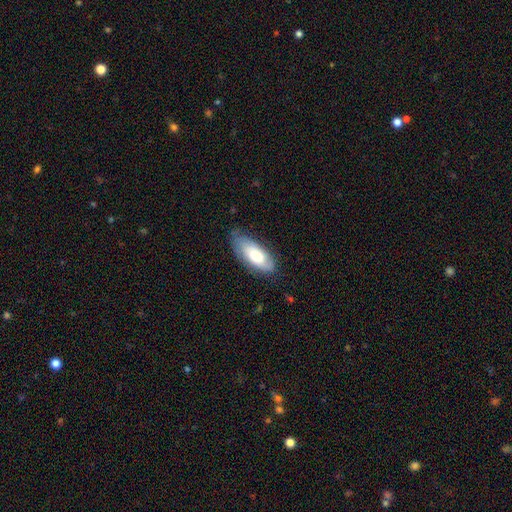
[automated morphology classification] The model was most divided on "smooth or featured": smooth: 63%, featured or disk: 31%, star or artifact: 6%. More confident: how rounded — in between (82%); merging — none (67%).